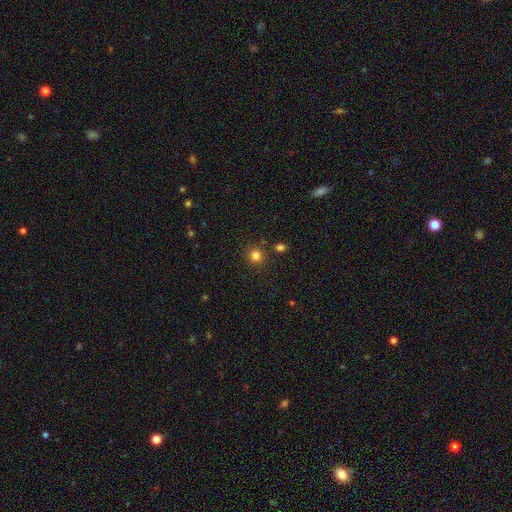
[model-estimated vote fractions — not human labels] The model was most divided on "smooth or featured": smooth: 81%, star or artifact: 14%, featured or disk: 5%. More confident: how rounded — round (93%); merging — none (85%).